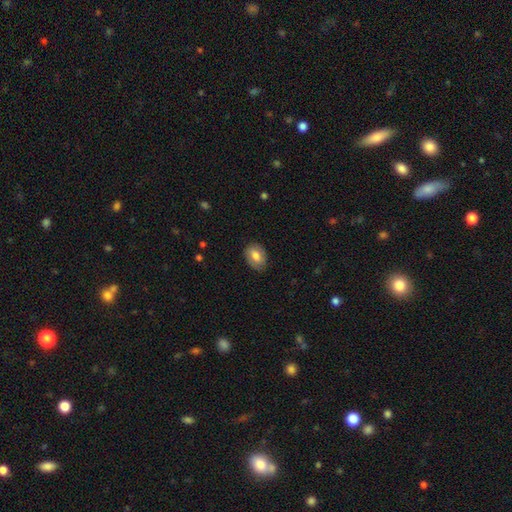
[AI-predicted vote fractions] Q: Smooth or featured?
A: smooth (75%); runner-up: featured or disk (18%)
Q: How rounded?
A: in between (79%); runner-up: round (20%)
Q: Merging?
A: none (82%); runner-up: minor disturbance (14%)